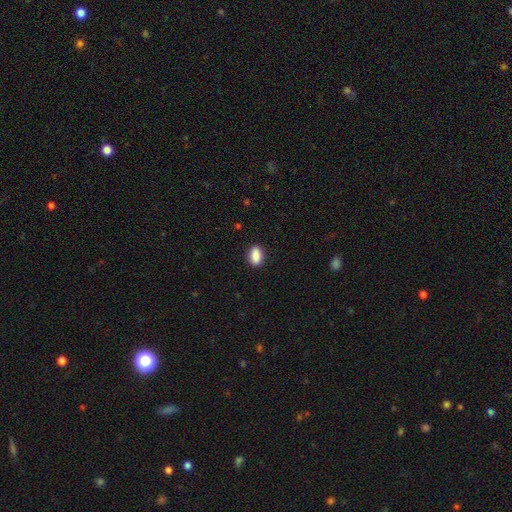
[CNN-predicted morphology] Smooth or featured: smooth — 88% (star or artifact — 7%)
How rounded: in between — 87% (round — 10%)
Merging: none — 89% (minor disturbance — 8%)